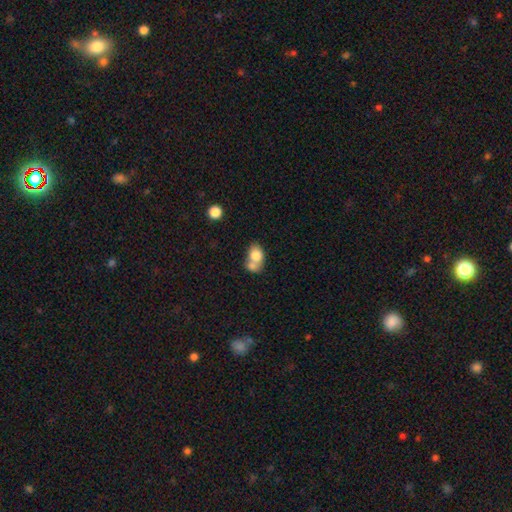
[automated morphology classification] Overall: smooth (76%). How rounded: in between (62%; round 37%). Merging: merger (60%; none 26%).